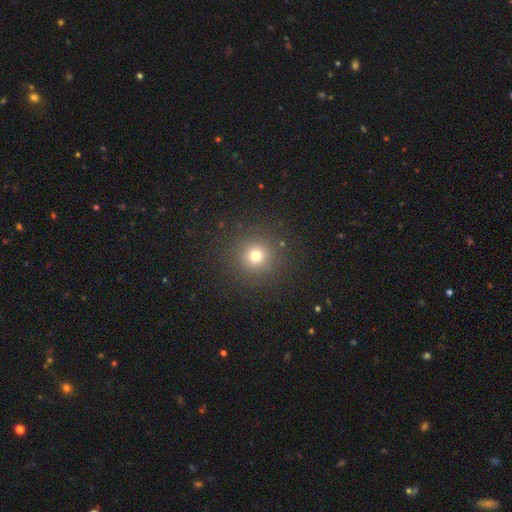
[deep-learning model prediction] Smooth or featured?
  - smooth: 74% *
  - star or artifact: 19%
  - featured or disk: 7%
How rounded?
  - round: 94% *
  - in between: 5%
  - cigar-shaped: 1%
Merging?
  - none: 89% *
  - minor disturbance: 6%
  - major disturbance: 3%
  - merger: 1%